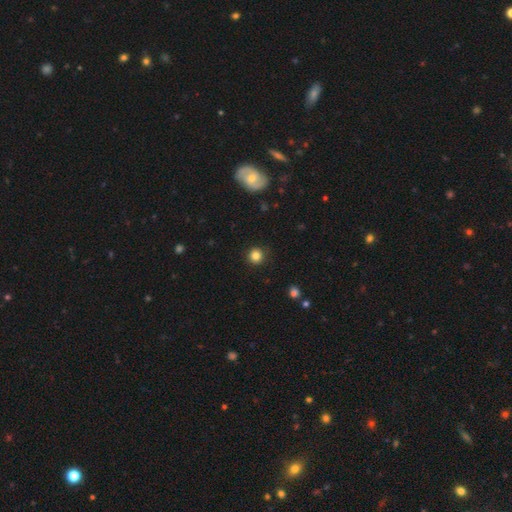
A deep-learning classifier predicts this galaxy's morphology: type=smooth (84%); roundness=round (94%); merging=none (90%).